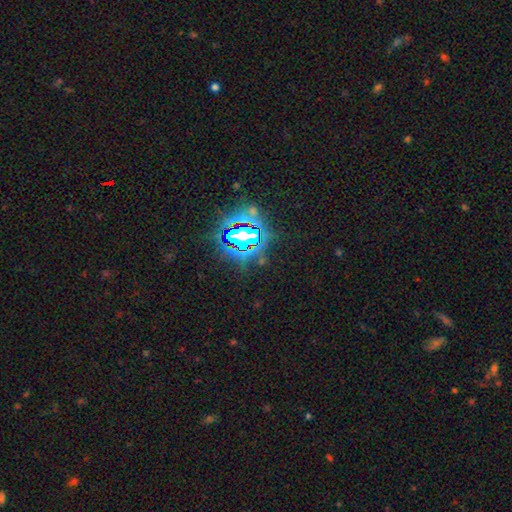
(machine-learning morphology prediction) Smooth or featured? star or artifact (85%)